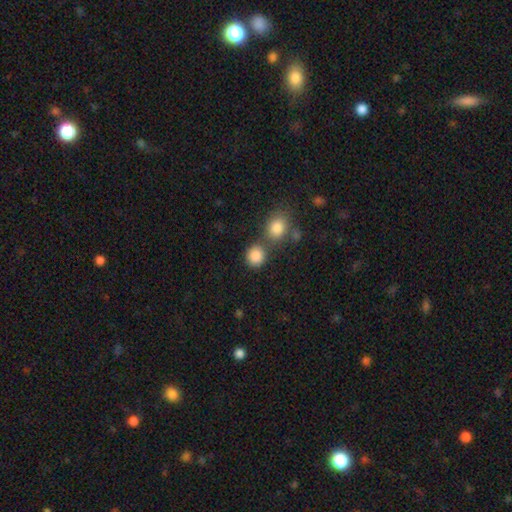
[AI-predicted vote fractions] This appears to be a smooth galaxy with no disk features (86%) that is round (85%). Merging: none (62%).